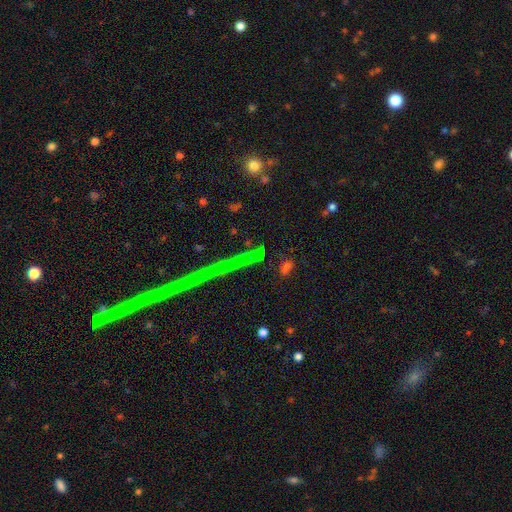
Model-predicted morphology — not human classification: Q: Smooth or featured?
A: star or artifact (66%); runner-up: smooth (18%)